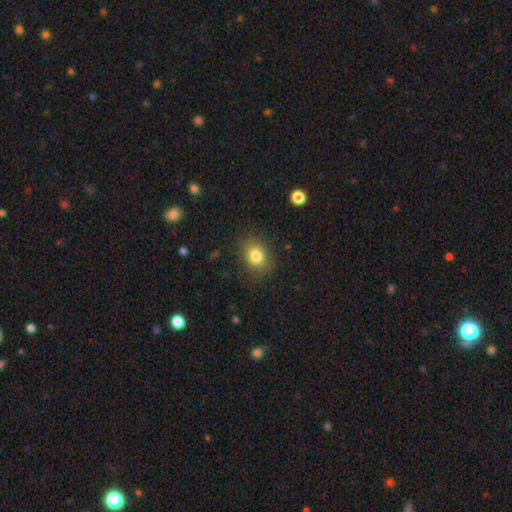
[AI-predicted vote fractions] Smooth or featured? smooth (81%)
How rounded? in between (50%)
Merging? none (83%)